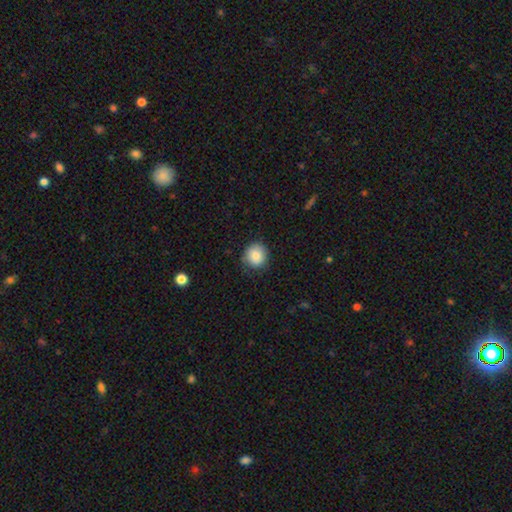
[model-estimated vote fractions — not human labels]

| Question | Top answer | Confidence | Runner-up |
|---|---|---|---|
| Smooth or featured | smooth | 84% | star or artifact (8%) |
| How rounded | round | 88% | in between (11%) |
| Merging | none | 76% | minor disturbance (19%) |